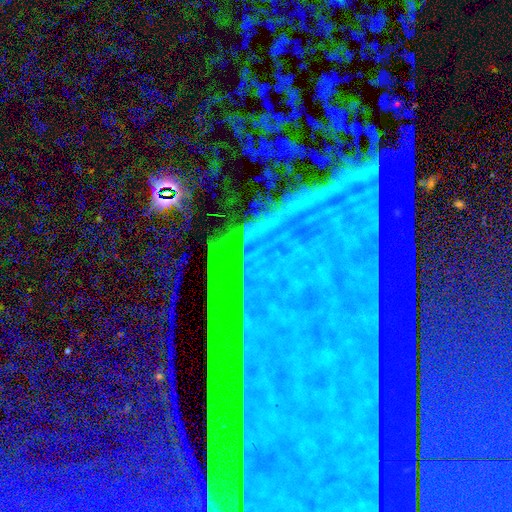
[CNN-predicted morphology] A star or artifact, not a galaxy (77%).